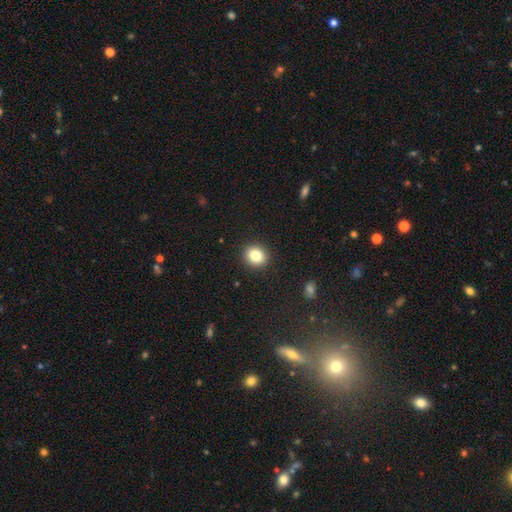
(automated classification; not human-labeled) Smooth or featured? Predicted: smooth (p=0.84). How rounded? Predicted: round (p=0.72). Merging? Predicted: none (p=0.91).